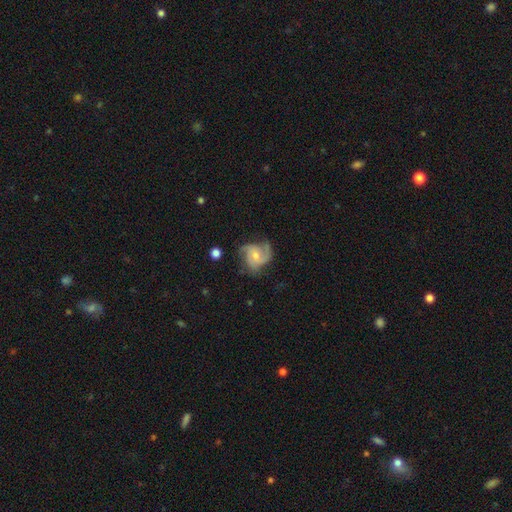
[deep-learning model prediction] A featured or disk galaxy (75%) with no bar (65%), 3 (44%) medium (50%) spiral arms (94%) and a small central bulge (50%).

Vote fractions:
- Smooth or featured? featured or disk: 75% / smooth: 19% / star or artifact: 7%
- Edge-on disk? no: 98% / yes: 2%
- Bar? no: 65% / weak: 30% / strong: 5%
- Spiral arms? yes: 94% / no: 6%
- Spiral winding? medium: 50% / tight: 26% / loose: 24%
- Spiral arm count? 3: 44% / 2: 33% / can't tell: 11% / 4: 5% / 1: 5% / more than 4: 3%
- Bulge size? small: 50% / moderate: 44% / none: 3% / large: 2% / dominant: 1%
- Merging? none: 56% / minor disturbance: 26% / major disturbance: 16% / merger: 2%